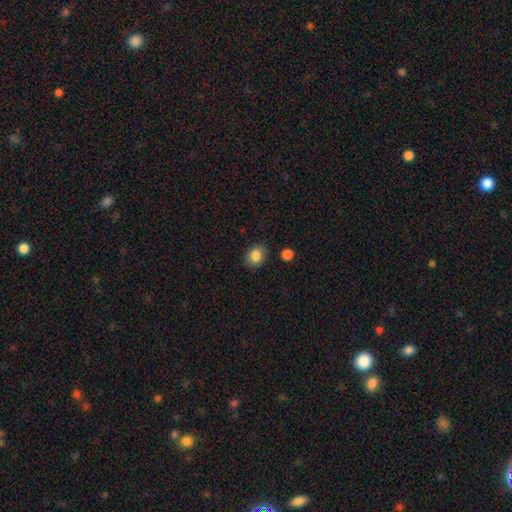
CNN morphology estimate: The model was most divided on "how rounded": in between: 56%, round: 43%, cigar-shaped: 1%. More confident: smooth or featured — smooth (85%); merging — none (82%).